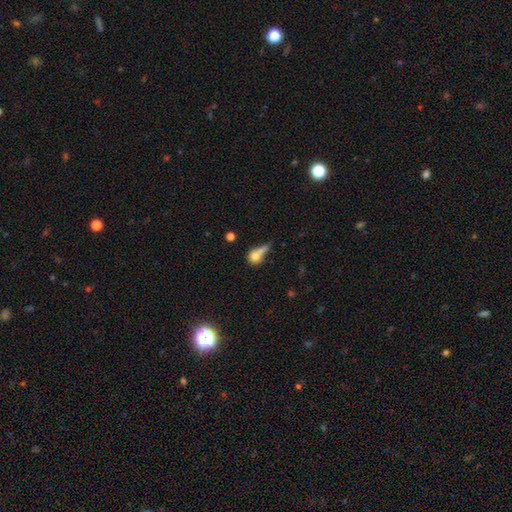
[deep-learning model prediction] This is likely a smooth galaxy (71%). How rounded: likely round (60%). Merging: marginally merger (39%).